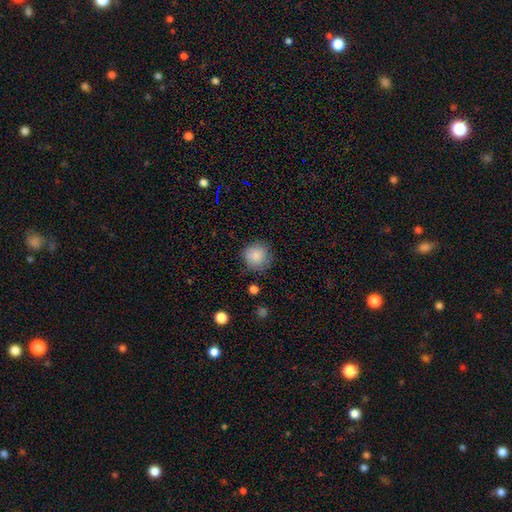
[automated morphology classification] smooth-or-featured: smooth: 85% | star or artifact: 9% | featured or disk: 6%
  how-rounded: round: 92% | in between: 7% | cigar-shaped: 1%
  merging: none: 78% | minor disturbance: 16% | major disturbance: 4% | merger: 2%